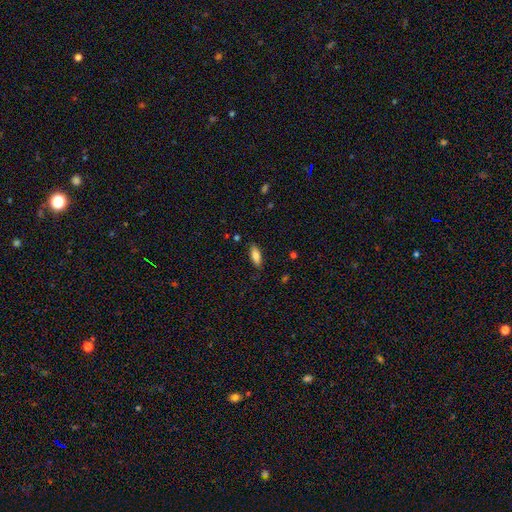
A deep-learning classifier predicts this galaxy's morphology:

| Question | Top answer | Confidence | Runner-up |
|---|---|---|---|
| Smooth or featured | smooth | 78% | featured or disk (15%) |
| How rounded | in between | 75% | cigar-shaped (23%) |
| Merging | none | 83% | minor disturbance (13%) |